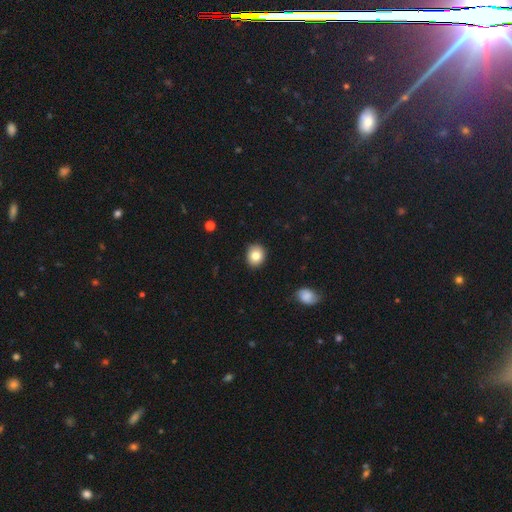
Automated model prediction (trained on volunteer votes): Q: Smooth or featured?
A: smooth (82%); runner-up: star or artifact (9%)
Q: How rounded?
A: round (70%); runner-up: in between (29%)
Q: Merging?
A: none (89%); runner-up: minor disturbance (8%)